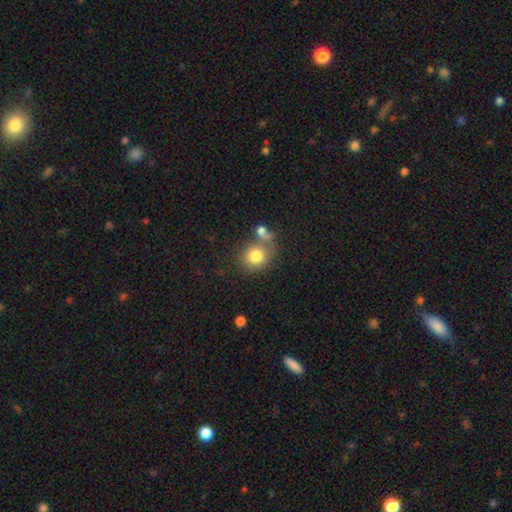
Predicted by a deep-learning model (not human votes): The model was most divided on "merging": none: 58%, merger: 22%, minor disturbance: 14%, major disturbance: 6%. More confident: how rounded — round (79%); smooth or featured — smooth (79%).